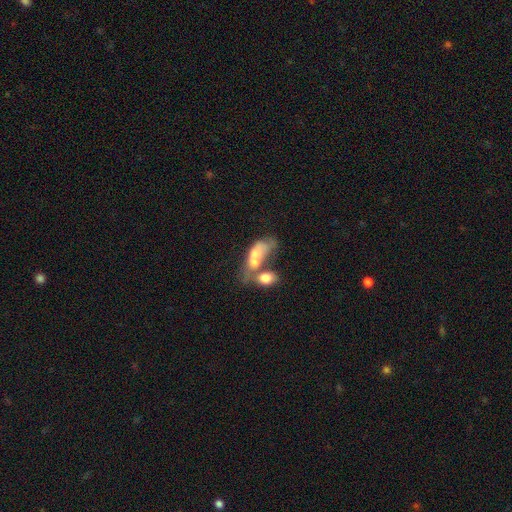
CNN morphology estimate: Smooth or featured?
  - smooth: 59% *
  - featured or disk: 32%
  - star or artifact: 9%
How rounded?
  - in between: 83% *
  - round: 9%
  - cigar-shaped: 8%
Merging?
  - merger: 65% *
  - major disturbance: 16%
  - none: 11%
  - minor disturbance: 8%